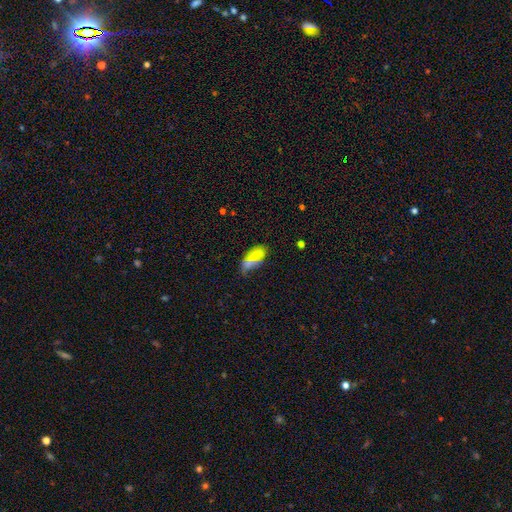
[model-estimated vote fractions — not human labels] Smooth or featured? smooth (65%)
How rounded? in between (89%)
Merging? none (64%)